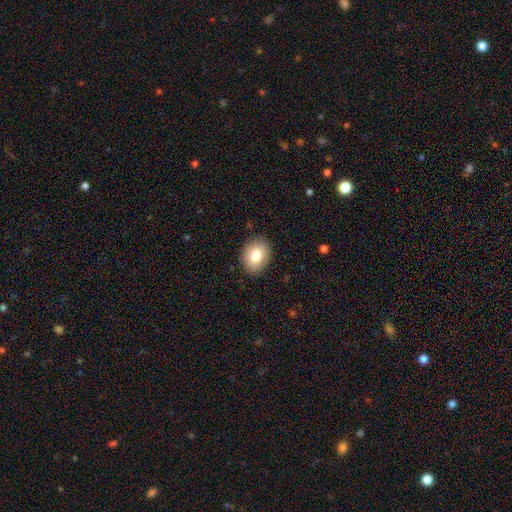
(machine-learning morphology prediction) Smooth or featured?
  - smooth: 81% *
  - featured or disk: 11%
  - star or artifact: 7%
How rounded?
  - in between: 71% *
  - round: 28%
  - cigar-shaped: 1%
Merging?
  - none: 87% *
  - minor disturbance: 10%
  - major disturbance: 2%
  - merger: 1%